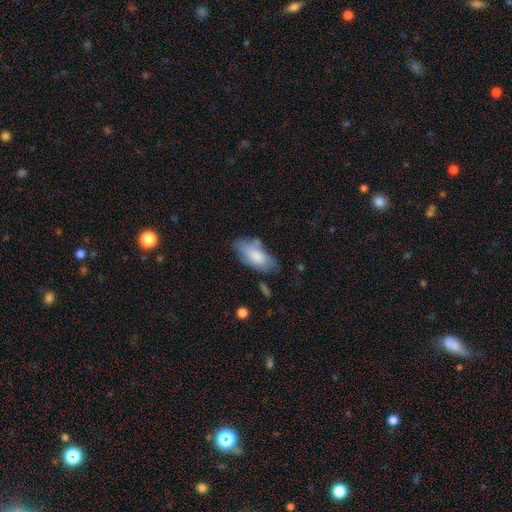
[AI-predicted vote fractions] A smooth galaxy with no disk features (75%) that is in between round and cigar-shaped (89%). Merging: none (53%).